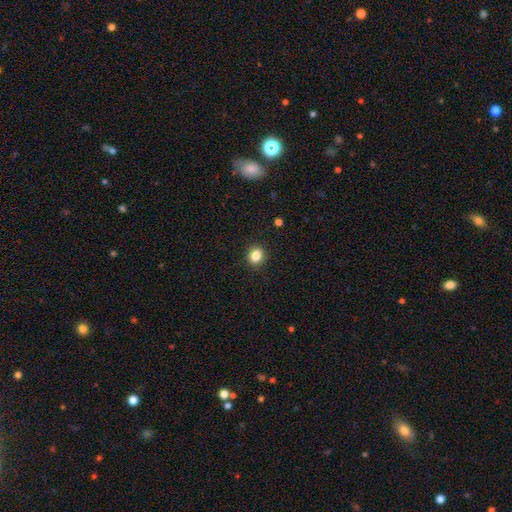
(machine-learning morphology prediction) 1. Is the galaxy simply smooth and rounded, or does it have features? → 84% smooth, 11% star or artifact, 5% featured or disk.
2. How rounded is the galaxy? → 75% round, 25% in between, 1% cigar-shaped.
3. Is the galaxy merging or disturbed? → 91% none, 6% minor disturbance, 2% major disturbance, 1% merger.